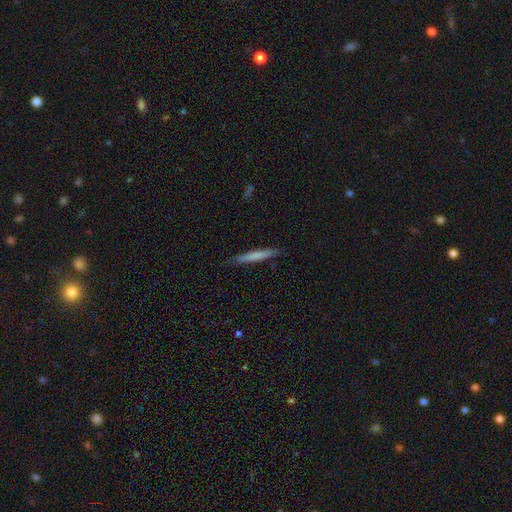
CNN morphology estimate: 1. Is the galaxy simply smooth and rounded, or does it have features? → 70% smooth, 24% featured or disk, 6% star or artifact.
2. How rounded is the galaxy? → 95% cigar-shaped, 4% in between, 1% round.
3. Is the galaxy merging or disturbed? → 85% none, 11% minor disturbance, 2% major disturbance, 1% merger.